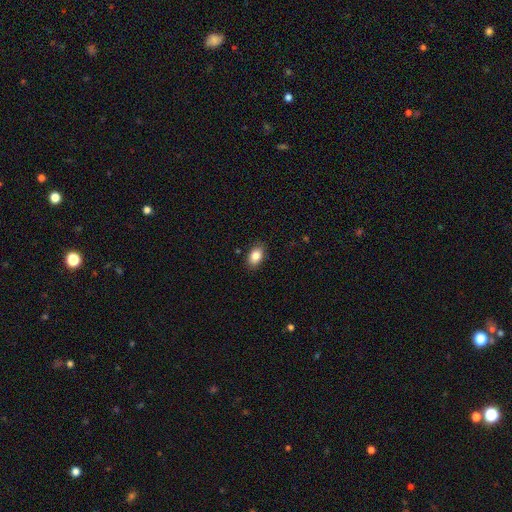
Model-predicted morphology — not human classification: A smooth galaxy with no disk features (85%) that is in between round and cigar-shaped (87%).

Vote fractions:
- Smooth or featured? smooth: 85% / star or artifact: 8% / featured or disk: 7%
- How rounded? in between: 87% / round: 11% / cigar-shaped: 2%
- Merging? none: 87% / minor disturbance: 10% / major disturbance: 2% / merger: 1%